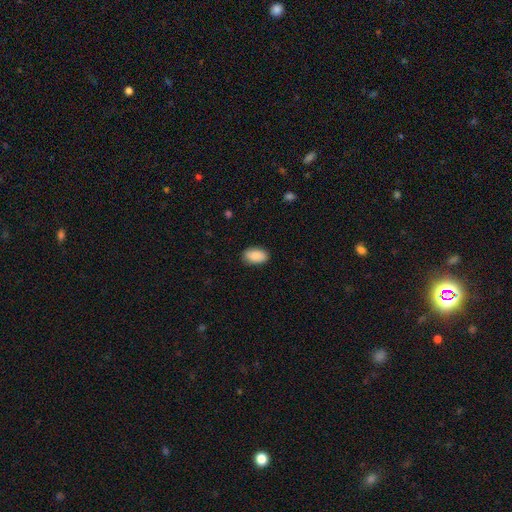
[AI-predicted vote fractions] Overall: smooth (89%). How rounded: in between (93%). Merging: none (87%).